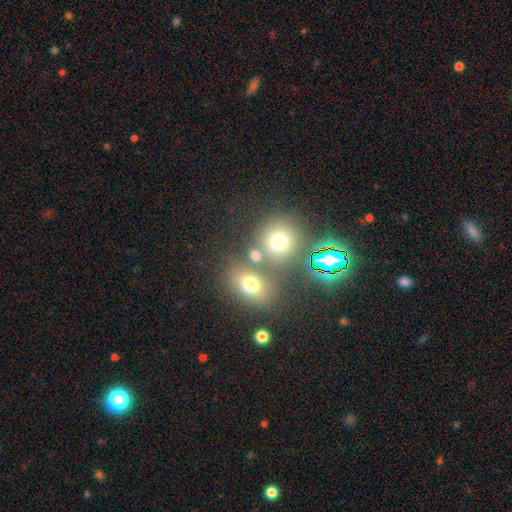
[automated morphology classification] Smooth or featured: smooth — 68% (star or artifact — 21%)
How rounded: round — 71% (in between — 27%)
Merging: none — 58% (merger — 28%)